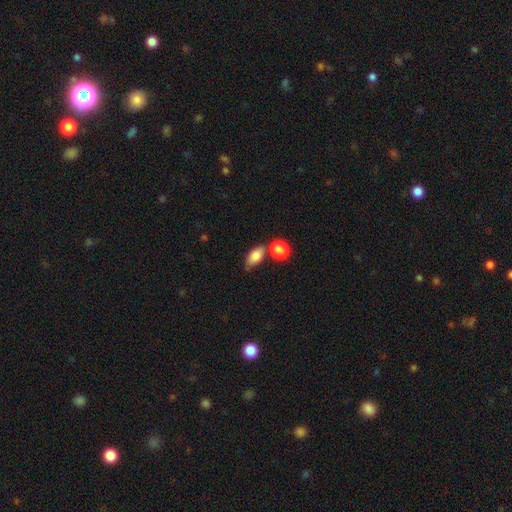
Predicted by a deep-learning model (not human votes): smooth_or_featured: smooth (p=0.83) [alt: featured or disk p=0.09]
how_rounded: in between (p=0.87) [alt: round p=0.09]
merging: none (p=0.54) [alt: merger p=0.25]